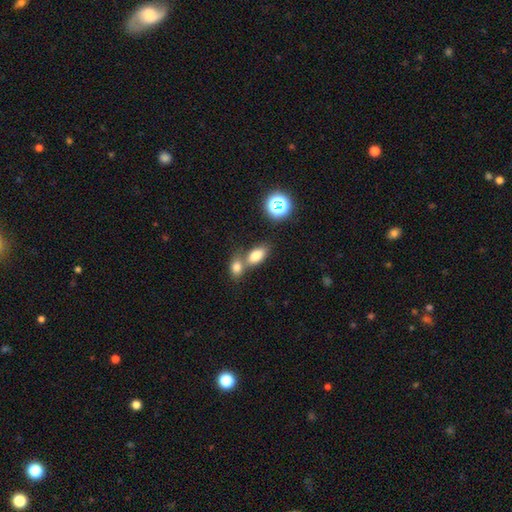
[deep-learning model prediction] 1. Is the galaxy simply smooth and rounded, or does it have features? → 78% smooth, 12% star or artifact, 10% featured or disk.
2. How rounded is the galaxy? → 86% in between, 11% round, 4% cigar-shaped.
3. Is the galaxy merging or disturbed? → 45% merger, 42% none, 9% minor disturbance, 4% major disturbance.